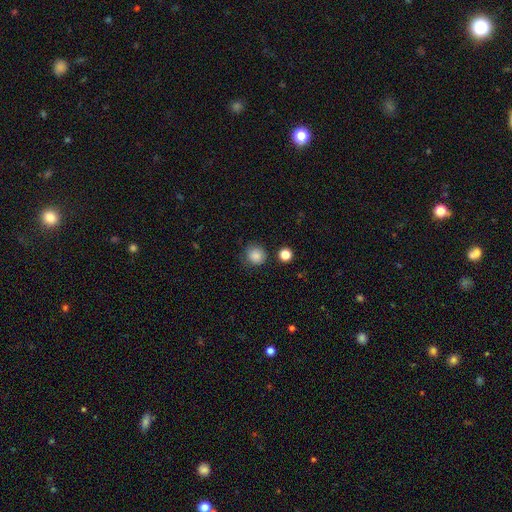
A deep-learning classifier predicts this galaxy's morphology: Q: Smooth or featured?
A: smooth (86%); runner-up: star or artifact (10%)
Q: How rounded?
A: round (89%); runner-up: in between (10%)
Q: Merging?
A: none (78%); runner-up: minor disturbance (15%)